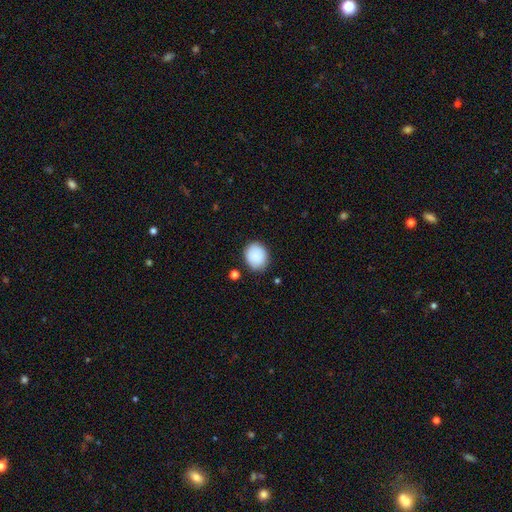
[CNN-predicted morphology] smooth 89%, star or artifact 7%, featured or disk 4%. Down the decision tree: how rounded — round (63%); merging — none (82%).